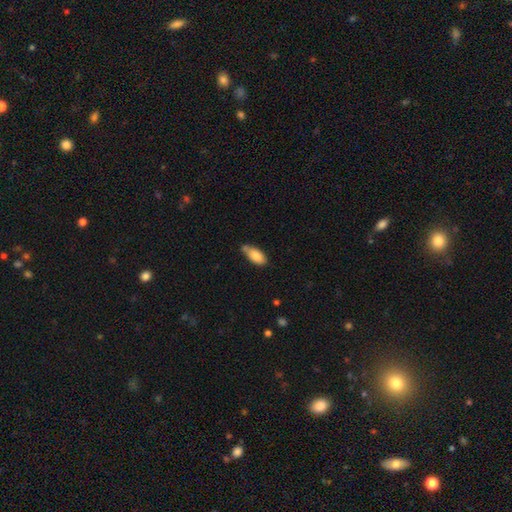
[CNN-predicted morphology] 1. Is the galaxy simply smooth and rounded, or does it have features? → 84% smooth, 9% featured or disk, 7% star or artifact.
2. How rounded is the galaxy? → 88% in between, 10% cigar-shaped, 2% round.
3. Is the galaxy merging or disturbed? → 52% none, 29% minor disturbance, 14% merger, 6% major disturbance.